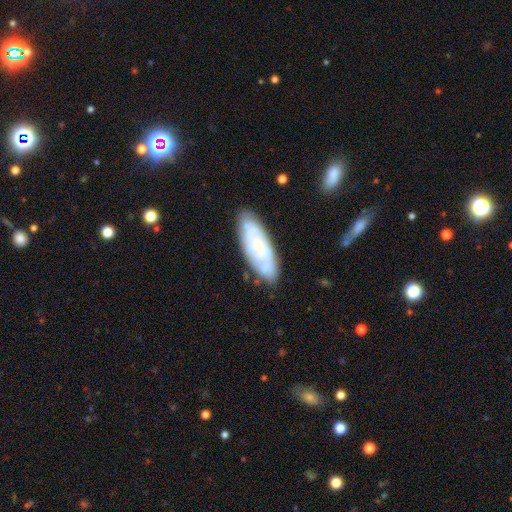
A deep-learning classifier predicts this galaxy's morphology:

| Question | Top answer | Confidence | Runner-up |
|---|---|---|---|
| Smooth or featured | featured or disk | 49% | smooth (43%) |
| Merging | none | 78% | minor disturbance (16%) |